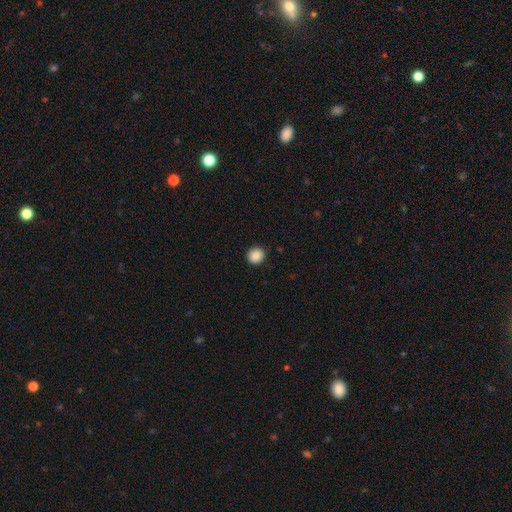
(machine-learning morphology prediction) smooth-or-featured: smooth: 88% | star or artifact: 9% | featured or disk: 3%
  how-rounded: round: 90% | in between: 9% | cigar-shaped: 1%
  merging: none: 91% | minor disturbance: 6% | major disturbance: 2% | merger: 1%